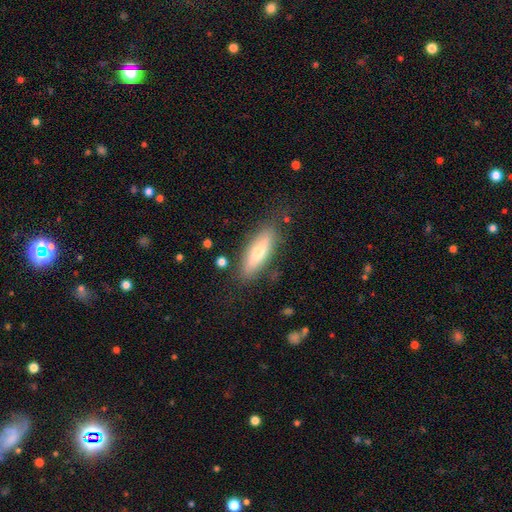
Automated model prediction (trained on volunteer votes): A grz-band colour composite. It shows a smooth galaxy with no disk features (64%) that is in between round and cigar-shaped (50%). Merging: none (80%).